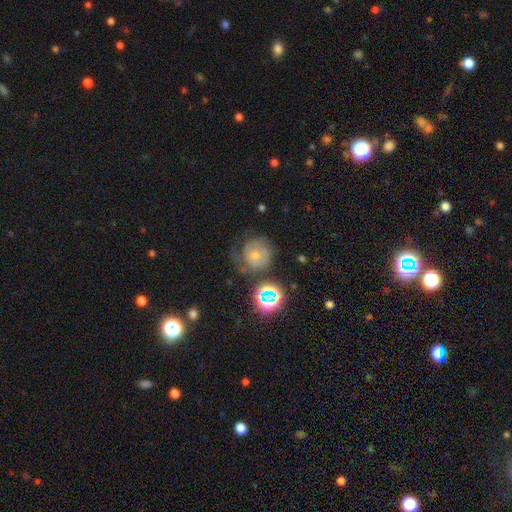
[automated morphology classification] The model was most divided on "smooth or featured": smooth: 49%, featured or disk: 33%, star or artifact: 18%. Remaining: merging — none (50%).